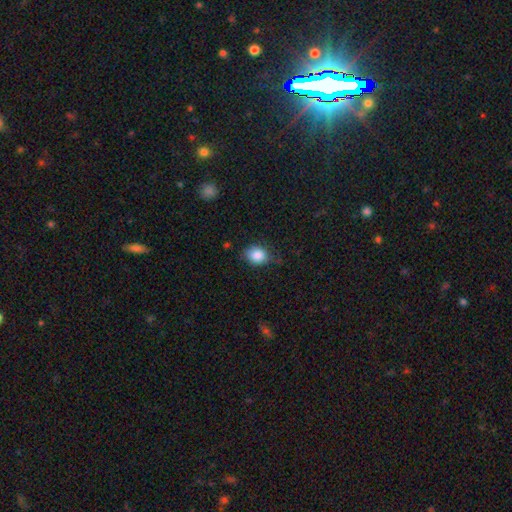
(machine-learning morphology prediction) Smooth or featured: smooth — 85% (star or artifact — 9%)
How rounded: in between — 54% (round — 45%)
Merging: none — 74% (minor disturbance — 21%)